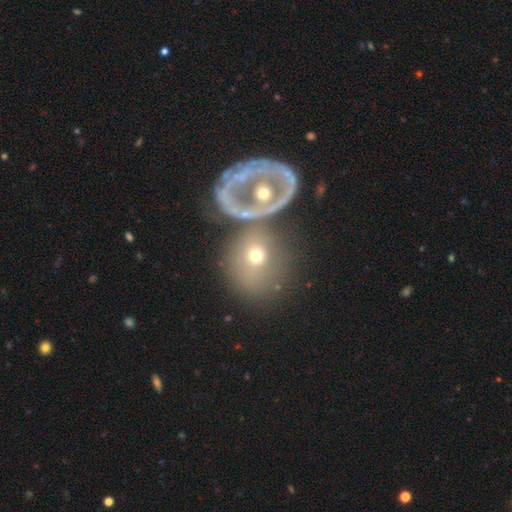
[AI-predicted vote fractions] Smooth or featured: smooth — 56% (featured or disk — 32%)
How rounded: round — 64% (in between — 34%)
Merging: none — 42% (merger — 31%)